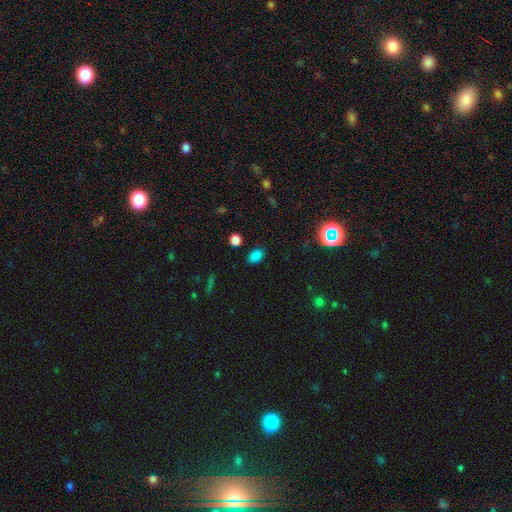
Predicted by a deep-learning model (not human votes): Morphology: type=smooth (79%); roundness=in between (83%); merging=none (85%).